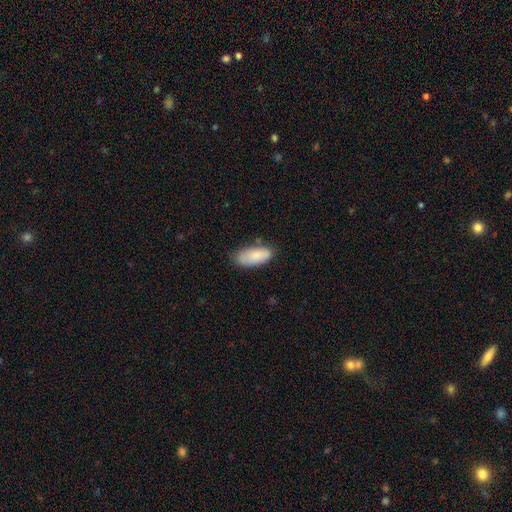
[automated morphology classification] smooth-or-featured: smooth: 84% | featured or disk: 10% | star or artifact: 6%
  how-rounded: in between: 86% | cigar-shaped: 12% | round: 2%
  merging: none: 69% | minor disturbance: 24% | major disturbance: 4% | merger: 3%